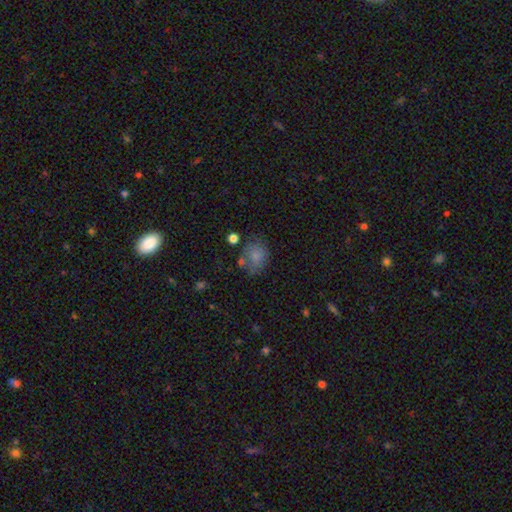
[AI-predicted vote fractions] This appears to be a smooth galaxy with no disk features (77%) that is round (59%). Merging: none (56%).